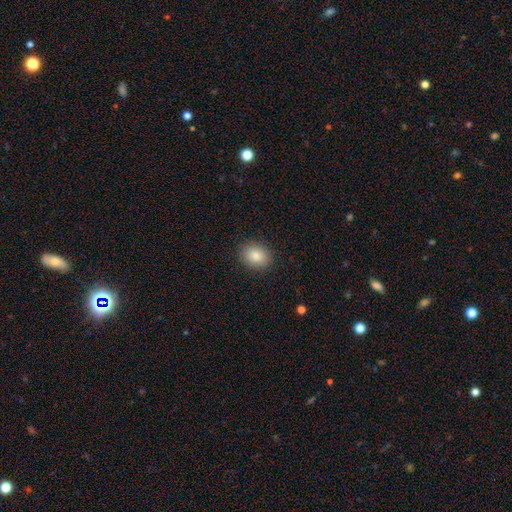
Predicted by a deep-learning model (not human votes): smooth-or-featured: smooth: 86% | star or artifact: 8% | featured or disk: 6%
  how-rounded: in between: 53% | round: 46% | cigar-shaped: 1%
  merging: none: 89% | minor disturbance: 8% | major disturbance: 2% | merger: 1%